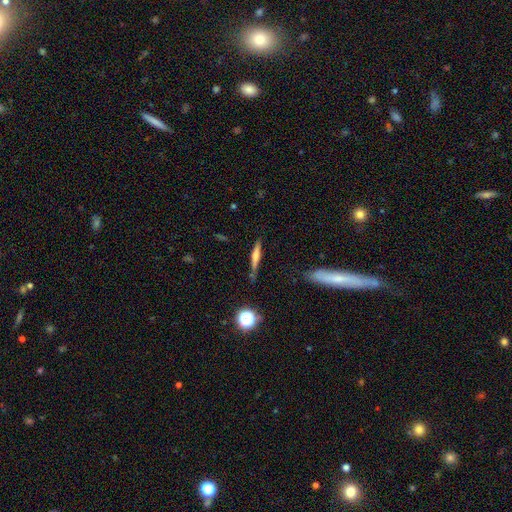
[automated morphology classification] Smooth or featured: smooth — 50% (featured or disk — 41%)
Merging: none — 75% (minor disturbance — 16%)